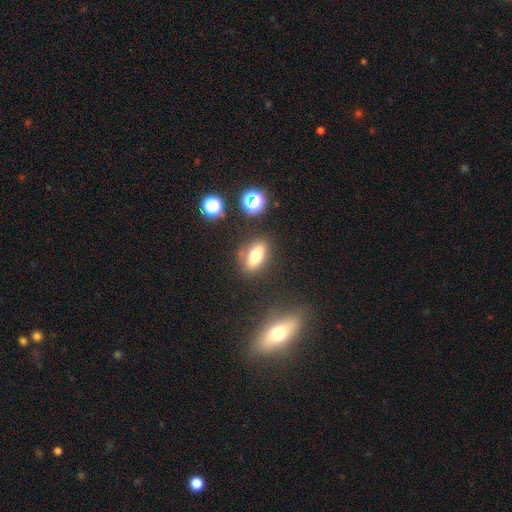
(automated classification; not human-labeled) This is likely a smooth galaxy (64%). How rounded: likely in between (70%). Merging: clearly none (81%).